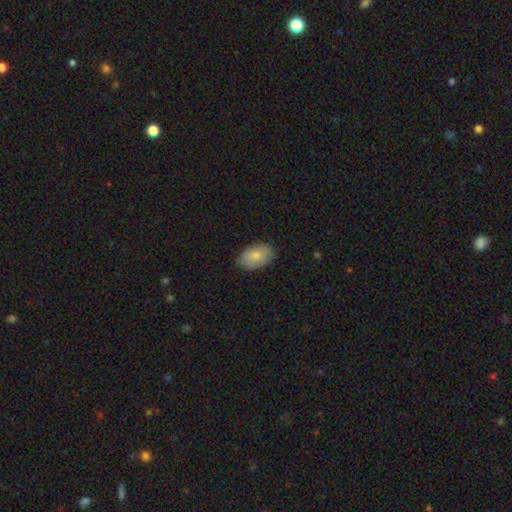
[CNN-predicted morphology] type=smooth (83%); roundness=in between (91%); merging=none (85%).